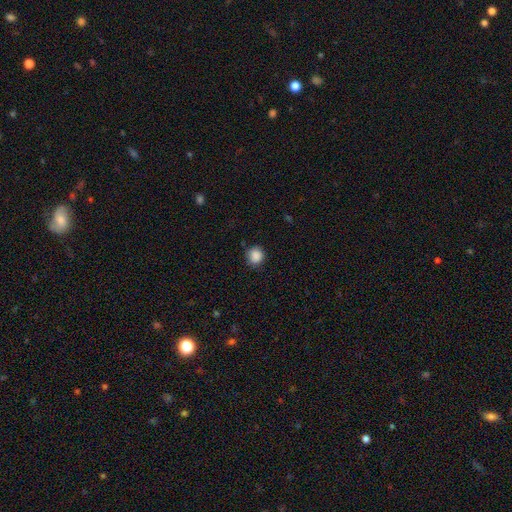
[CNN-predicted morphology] Overall: smooth (88%). How rounded: round (87%). Merging: none (82%).